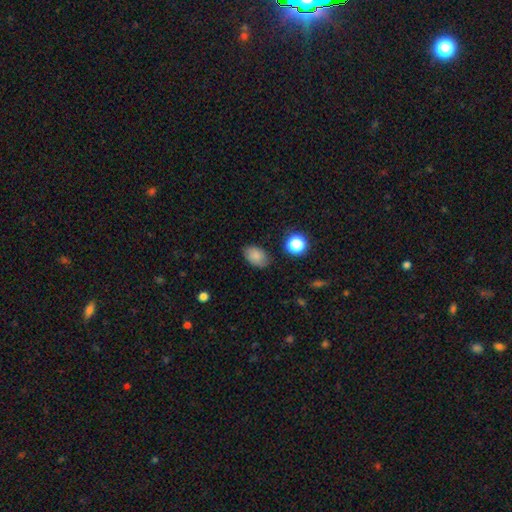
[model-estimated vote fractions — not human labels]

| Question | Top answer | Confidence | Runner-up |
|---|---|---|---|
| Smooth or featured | smooth | 82% | star or artifact (11%) |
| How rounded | in between | 84% | round (14%) |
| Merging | none | 80% | minor disturbance (14%) |